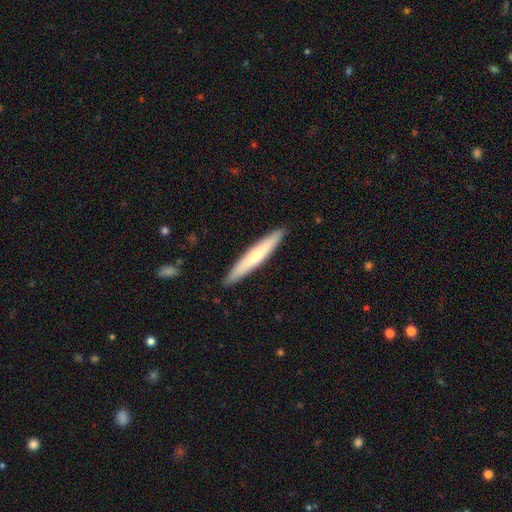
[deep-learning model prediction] smooth 59%, featured or disk 36%, star or artifact 5%. Down the decision tree: how rounded — cigar-shaped (95%); merging — none (91%).